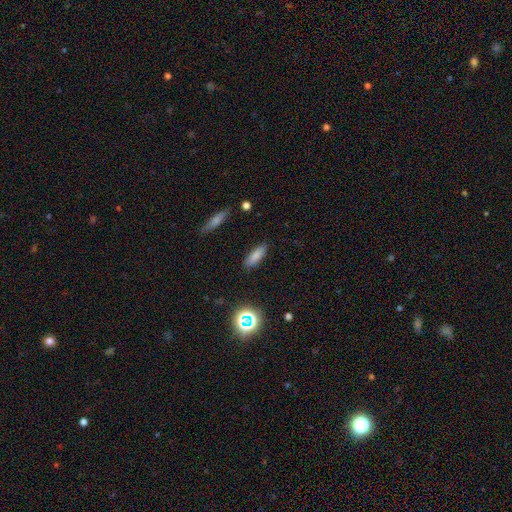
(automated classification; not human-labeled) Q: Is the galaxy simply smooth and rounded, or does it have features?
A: smooth — 82%.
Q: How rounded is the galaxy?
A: in between — 63%.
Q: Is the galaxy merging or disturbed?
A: none — 87%.